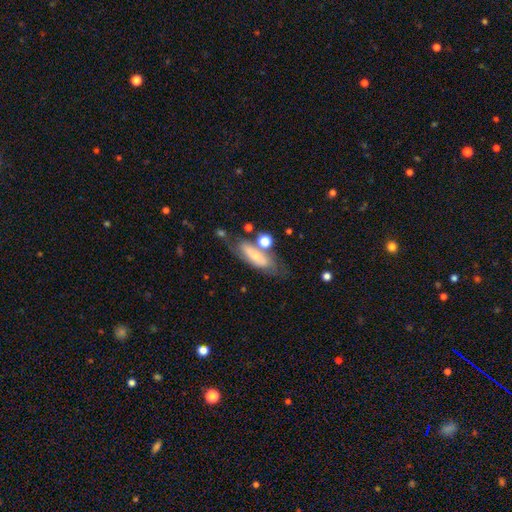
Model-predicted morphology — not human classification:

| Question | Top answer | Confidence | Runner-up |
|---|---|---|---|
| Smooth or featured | smooth | 53% | featured or disk (39%) |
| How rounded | in between | 61% | cigar-shaped (34%) |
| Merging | none | 53% | minor disturbance (21%) |